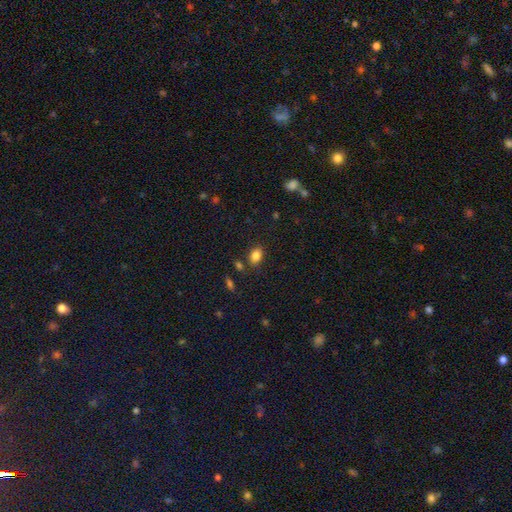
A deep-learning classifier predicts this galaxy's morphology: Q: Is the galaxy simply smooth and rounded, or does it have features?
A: smooth — 83%.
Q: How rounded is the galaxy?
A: in between — 74%.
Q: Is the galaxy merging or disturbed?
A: none — 79%.